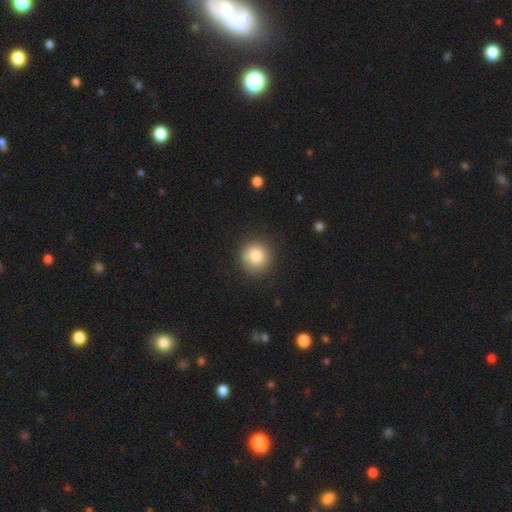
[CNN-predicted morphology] A smooth galaxy with no disk features (84%) that is round (93%).

Vote fractions:
- Smooth or featured? smooth: 84% / star or artifact: 9% / featured or disk: 7%
- How rounded? round: 93% / in between: 6% / cigar-shaped: 1%
- Merging? none: 88% / minor disturbance: 8% / major disturbance: 3% / merger: 1%